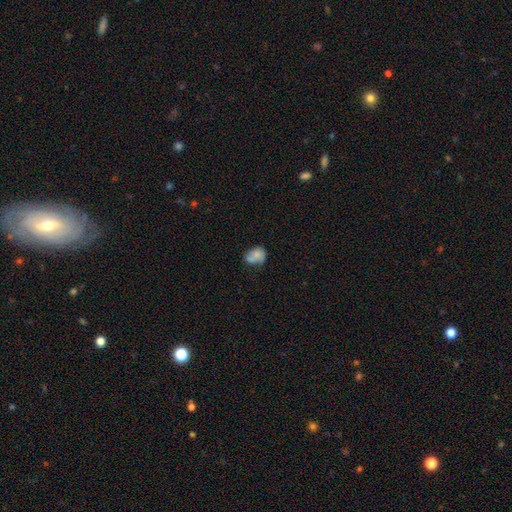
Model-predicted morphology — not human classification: Smooth or featured?
  - smooth: 67% *
  - featured or disk: 24%
  - star or artifact: 9%
How rounded?
  - in between: 62% *
  - round: 36%
  - cigar-shaped: 1%
Merging?
  - none: 40% *
  - minor disturbance: 27%
  - merger: 23%
  - major disturbance: 10%